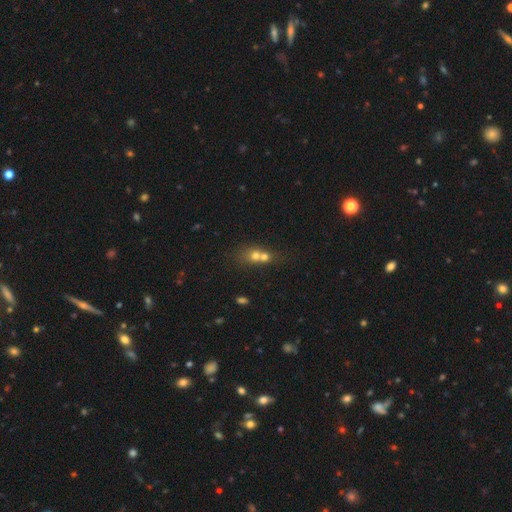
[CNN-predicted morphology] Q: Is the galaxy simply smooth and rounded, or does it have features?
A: smooth — 64%.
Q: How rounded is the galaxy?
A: round — 62%.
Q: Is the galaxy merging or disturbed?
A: merger — 68%.